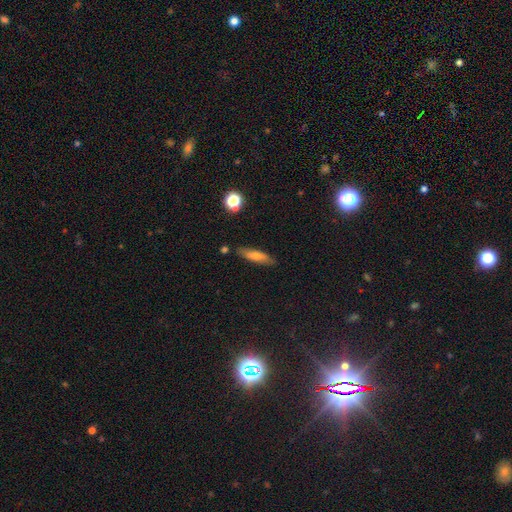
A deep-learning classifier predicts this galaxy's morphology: Smooth or featured: smooth — 56% (featured or disk — 31%)
How rounded: cigar-shaped — 71% (in between — 26%)
Merging: none — 85% (minor disturbance — 10%)